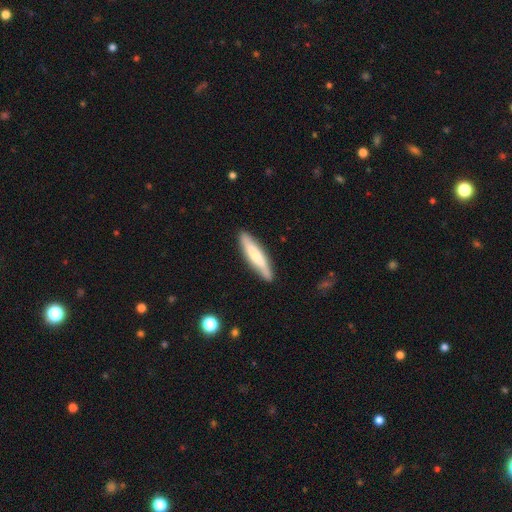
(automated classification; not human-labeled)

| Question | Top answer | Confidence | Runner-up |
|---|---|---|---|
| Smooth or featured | smooth | 63% | featured or disk (32%) |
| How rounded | cigar-shaped | 85% | in between (13%) |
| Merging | none | 85% | minor disturbance (12%) |